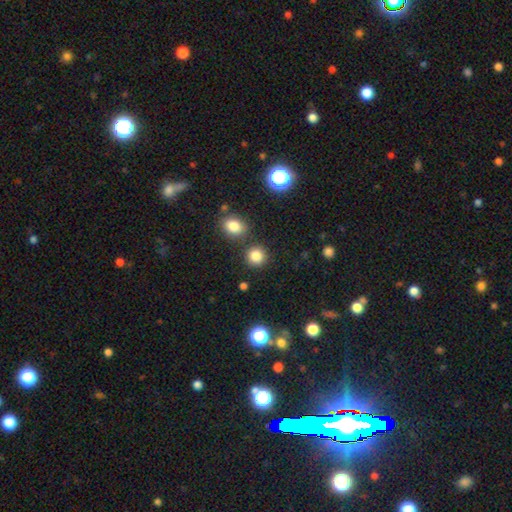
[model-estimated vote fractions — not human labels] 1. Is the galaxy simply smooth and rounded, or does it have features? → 82% smooth, 13% star or artifact, 5% featured or disk.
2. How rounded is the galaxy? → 89% round, 10% in between, 1% cigar-shaped.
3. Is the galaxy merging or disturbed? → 82% none, 8% minor disturbance, 8% merger, 3% major disturbance.